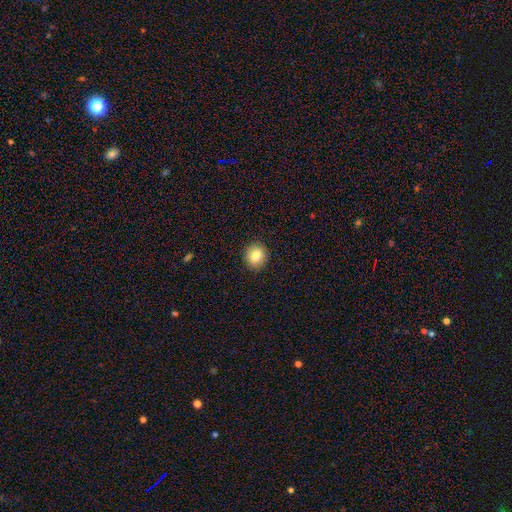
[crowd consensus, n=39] Smooth or featured: smooth — 82% (star or artifact — 10%)
How rounded: round — 81% (in between — 19%)
Merging: none — 89% (minor disturbance — 6%)